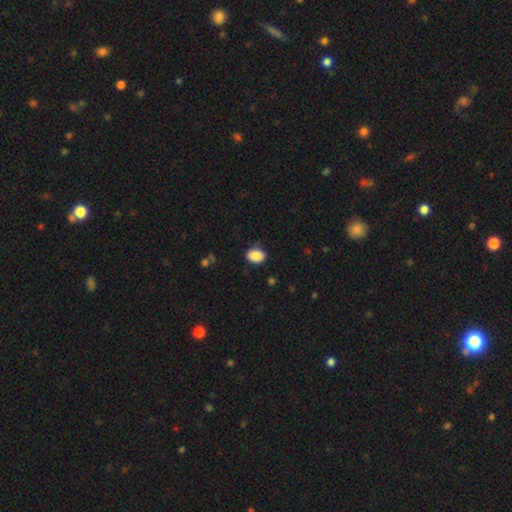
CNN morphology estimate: Smooth or featured? smooth (89%)
How rounded? in between (73%)
Merging? none (82%)